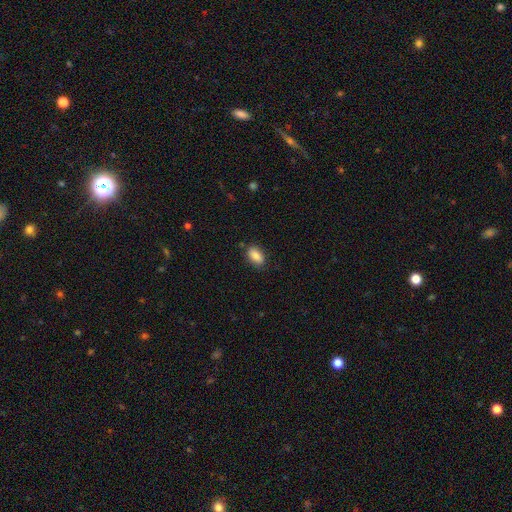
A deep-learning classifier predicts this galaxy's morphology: This appears to be a smooth galaxy with no disk features (86%) that is in between round and cigar-shaped (90%). Merging: none (82%).